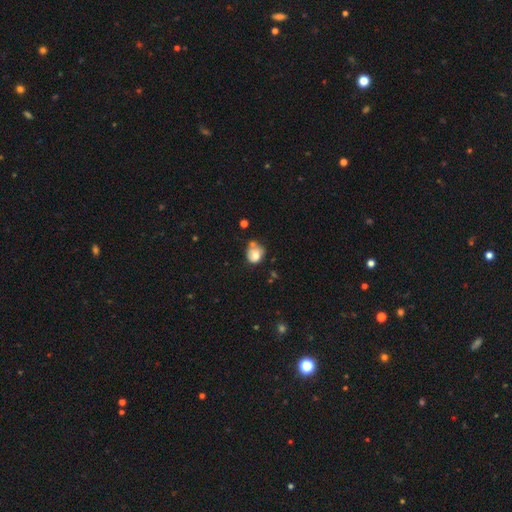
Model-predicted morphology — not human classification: type=smooth (68%); roundness=round (64%); merging=none (40%).